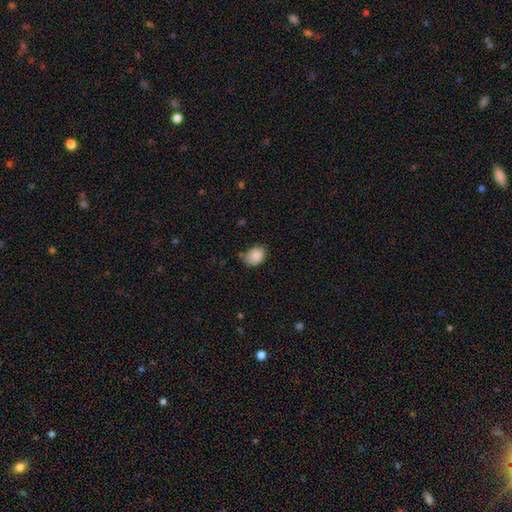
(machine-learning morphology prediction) smooth-or-featured: smooth: 87% | star or artifact: 8% | featured or disk: 5%
  how-rounded: in between: 64% | round: 36% | cigar-shaped: 1%
  merging: none: 63% | minor disturbance: 28% | major disturbance: 5% | merger: 3%